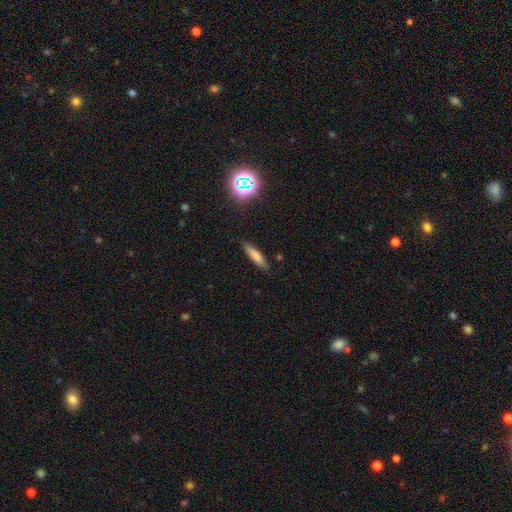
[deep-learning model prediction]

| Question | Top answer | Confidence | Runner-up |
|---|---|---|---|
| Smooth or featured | smooth | 75% | featured or disk (14%) |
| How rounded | cigar-shaped | 75% | in between (23%) |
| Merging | none | 83% | minor disturbance (12%) |